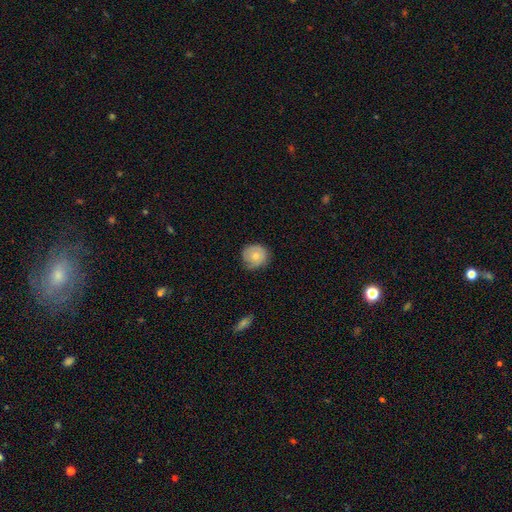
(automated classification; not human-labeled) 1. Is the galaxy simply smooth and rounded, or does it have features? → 65% smooth, 28% featured or disk, 7% star or artifact.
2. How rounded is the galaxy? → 85% round, 14% in between, 1% cigar-shaped.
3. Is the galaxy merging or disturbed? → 69% none, 25% minor disturbance, 5% major disturbance, 1% merger.